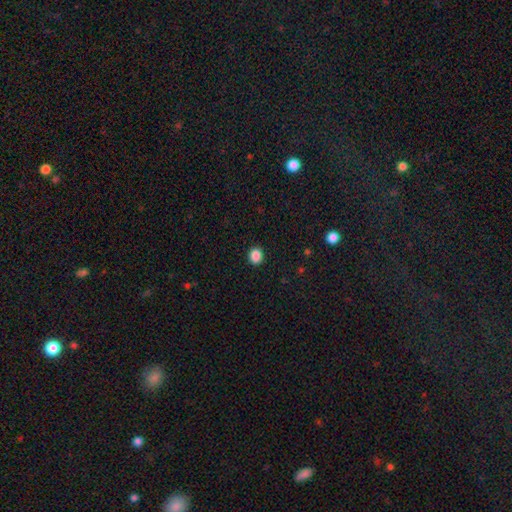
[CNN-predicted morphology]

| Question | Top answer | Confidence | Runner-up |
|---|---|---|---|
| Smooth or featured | smooth | 87% | star or artifact (10%) |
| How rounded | round | 70% | in between (30%) |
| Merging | none | 91% | minor disturbance (6%) |